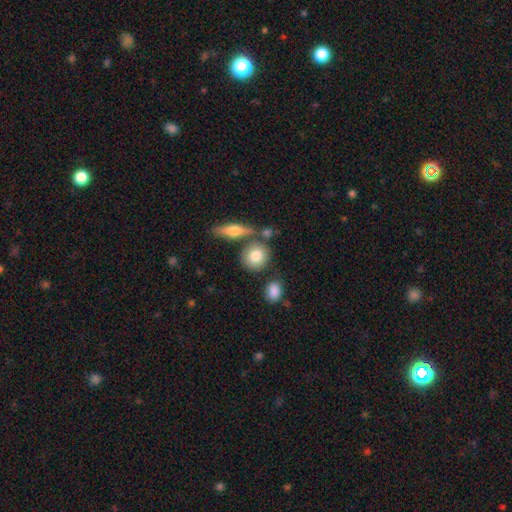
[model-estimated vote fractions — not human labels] Morphology: type=smooth (79%); roundness=round (80%); merging=none (68%).